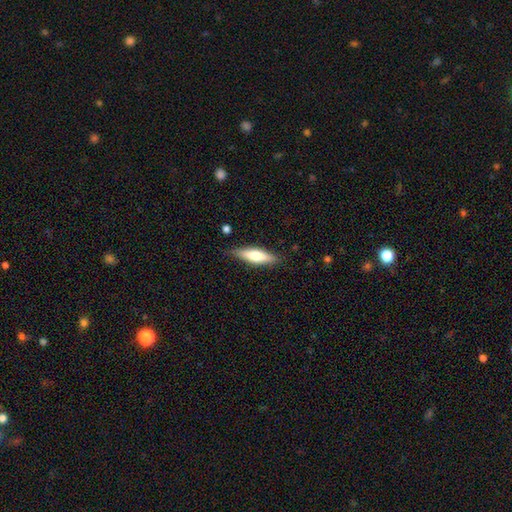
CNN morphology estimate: The model was most divided on "smooth or featured": smooth: 59%, featured or disk: 35%, star or artifact: 6%. More confident: merging — none (83%); how rounded — cigar-shaped (61%).